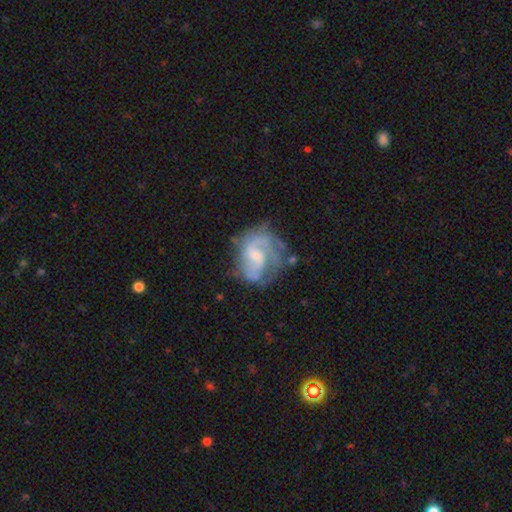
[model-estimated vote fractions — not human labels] featured or disk 75%, smooth 17%, star or artifact 8%. Down the decision tree: edge-on disk — no (98%); bar — weak (48%); spiral arms — yes (84%); spiral arm count — 2 (49%); spiral winding — medium (44%); bulge size — small (46%); merging — none (52%).